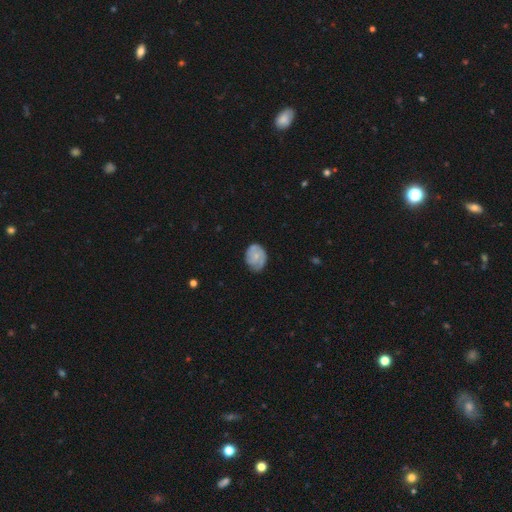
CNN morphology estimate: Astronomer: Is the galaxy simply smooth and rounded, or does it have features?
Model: featured or disk — 57% (runner-up: smooth, 36%).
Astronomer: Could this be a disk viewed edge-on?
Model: no — 97%.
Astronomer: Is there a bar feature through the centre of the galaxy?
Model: no — 75%.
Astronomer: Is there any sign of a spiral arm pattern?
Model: yes — 85%.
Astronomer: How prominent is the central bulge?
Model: small — 63%.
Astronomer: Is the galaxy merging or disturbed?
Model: none — 61%.